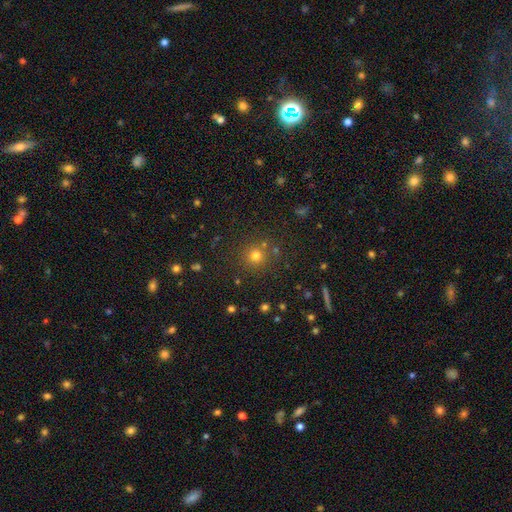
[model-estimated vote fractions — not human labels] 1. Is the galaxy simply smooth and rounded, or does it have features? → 73% smooth, 20% star or artifact, 6% featured or disk.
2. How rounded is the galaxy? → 94% round, 5% in between, 1% cigar-shaped.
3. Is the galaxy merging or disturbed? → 85% none, 7% minor disturbance, 5% merger, 3% major disturbance.